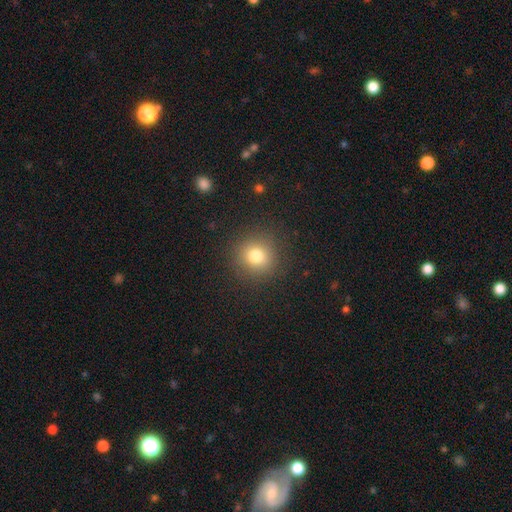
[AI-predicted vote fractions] Smooth or featured?
  - smooth: 77% *
  - star or artifact: 14%
  - featured or disk: 9%
How rounded?
  - round: 91% *
  - in between: 8%
  - cigar-shaped: 1%
Merging?
  - none: 88% *
  - minor disturbance: 7%
  - major disturbance: 4%
  - merger: 1%